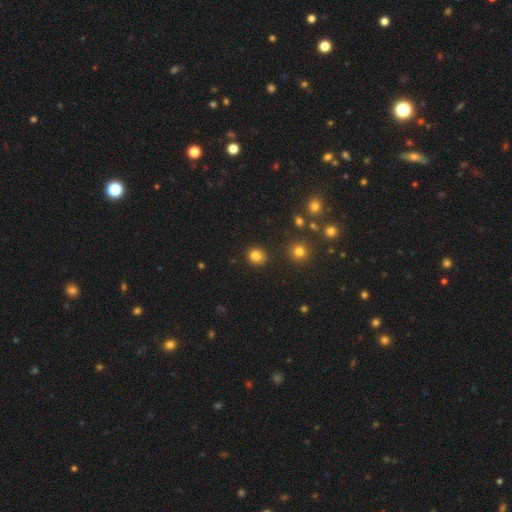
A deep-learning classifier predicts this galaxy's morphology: Smooth or featured: smooth — 83% (star or artifact — 13%)
How rounded: round — 77% (in between — 22%)
Merging: none — 88% (minor disturbance — 8%)